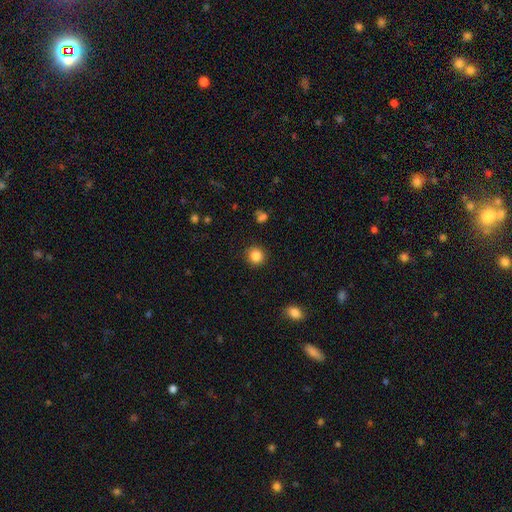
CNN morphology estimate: type=smooth (86%); roundness=round (92%); merging=none (90%).